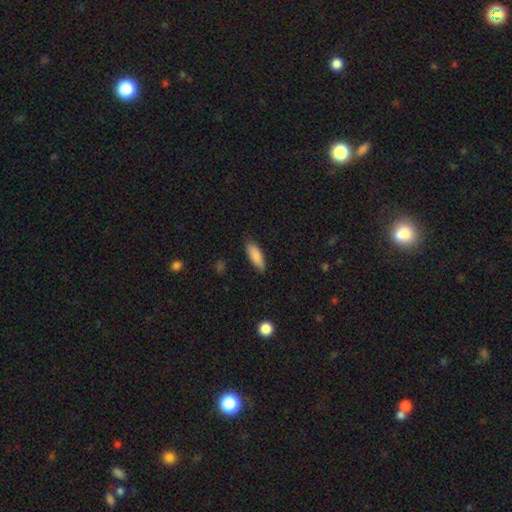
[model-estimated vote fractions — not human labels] Morphology: type=smooth (88%); roundness=in between (65%); merging=none (83%).